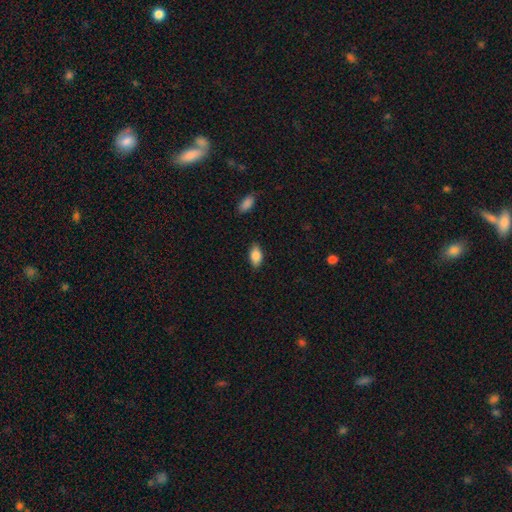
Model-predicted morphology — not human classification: type=smooth (84%); roundness=in between (91%); merging=none (85%).